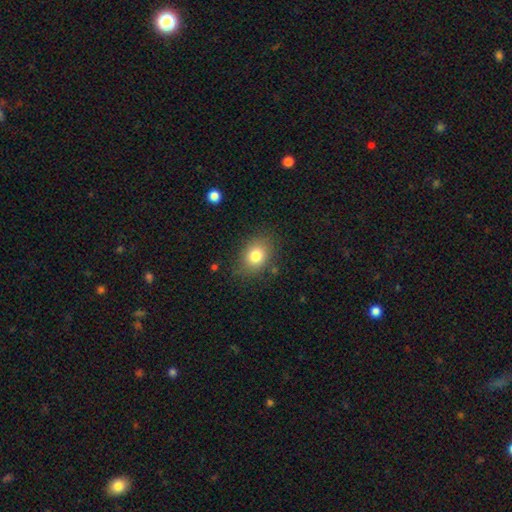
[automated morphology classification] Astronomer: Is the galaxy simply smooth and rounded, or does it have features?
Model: smooth — 80%.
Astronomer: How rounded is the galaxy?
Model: in between — 55% (runner-up: round, 44%).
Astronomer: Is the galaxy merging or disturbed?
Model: none — 80%.